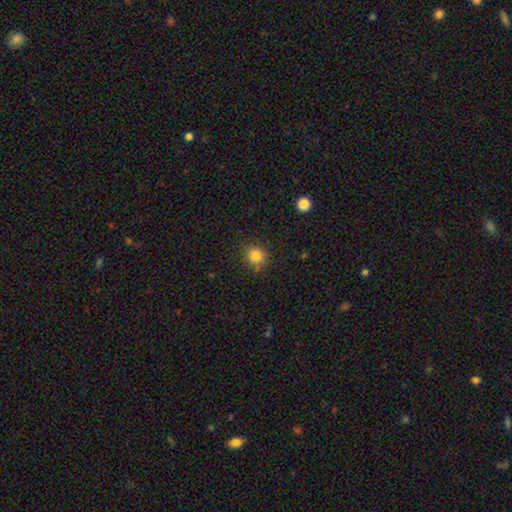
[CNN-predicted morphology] type=smooth (84%); roundness=round (86%); merging=none (81%).